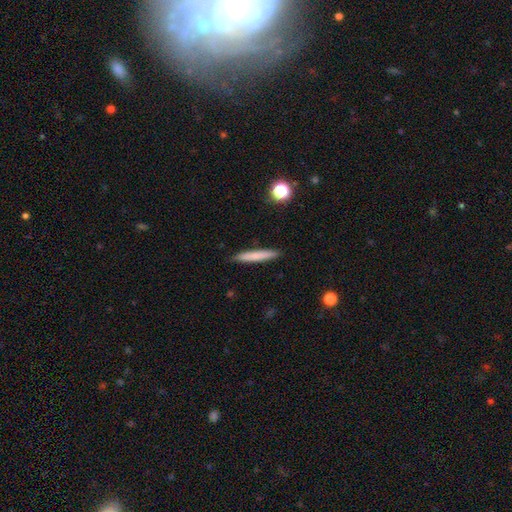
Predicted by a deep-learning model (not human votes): This appears to be a smooth galaxy with no disk features (74%) that is cigar-shaped (95%). Merging: none (90%).